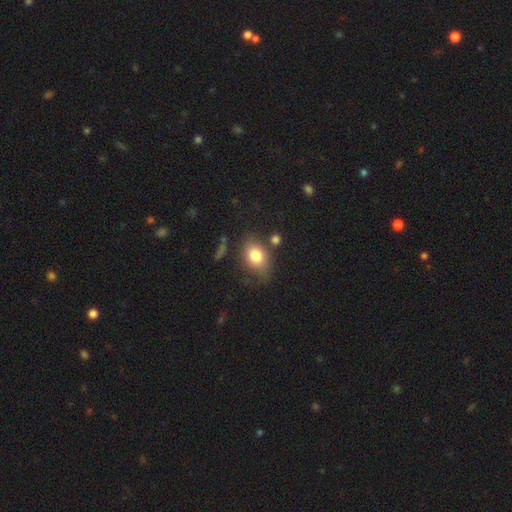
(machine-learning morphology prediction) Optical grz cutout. It shows a smooth galaxy with no disk features (79%) that is in between round and cigar-shaped (73%). Merging: none (67%).